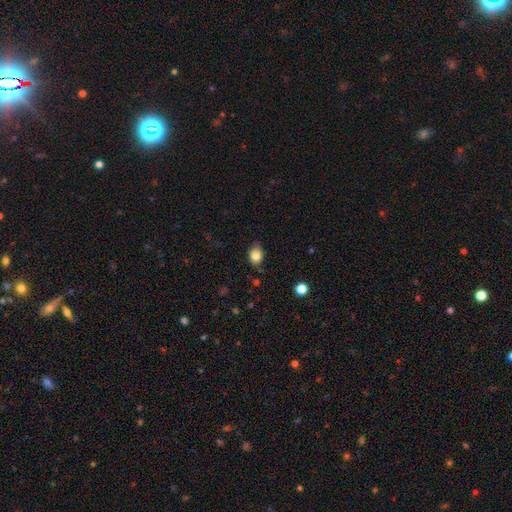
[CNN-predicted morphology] smooth 82%, star or artifact 10%, featured or disk 8%. Down the decision tree: how rounded — in between (59%); merging — none (71%).